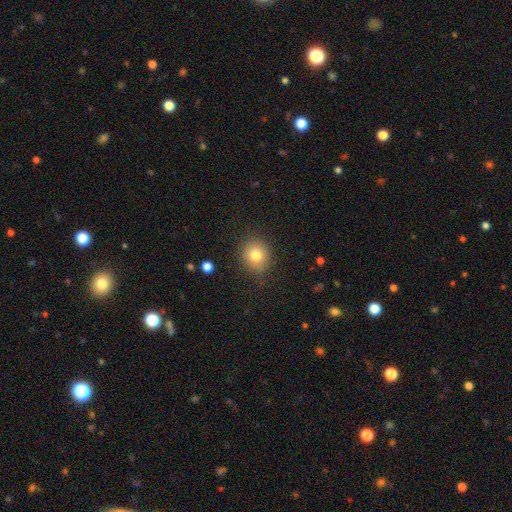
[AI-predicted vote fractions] The model was most divided on "how rounded": round: 77%, in between: 22%, cigar-shaped: 1%. More confident: merging — none (84%); smooth or featured — smooth (78%).